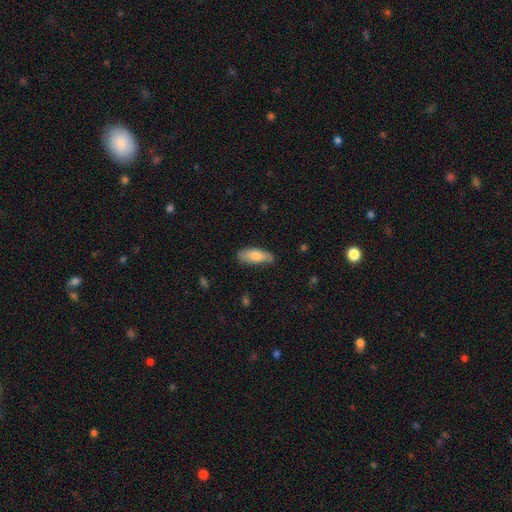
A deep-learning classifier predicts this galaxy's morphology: This appears to be a smooth galaxy with no disk features (76%) that is in between round and cigar-shaped (76%). Merging: none (72%).